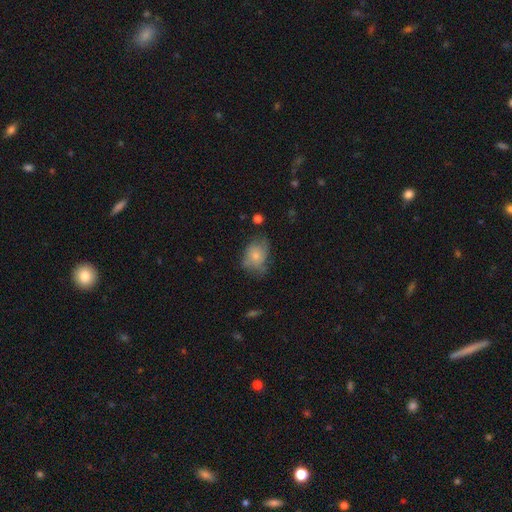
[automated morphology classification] Smooth or featured? Predicted: smooth (p=0.66). How rounded? Predicted: in between (p=0.64). Merging? Predicted: none (p=0.47).